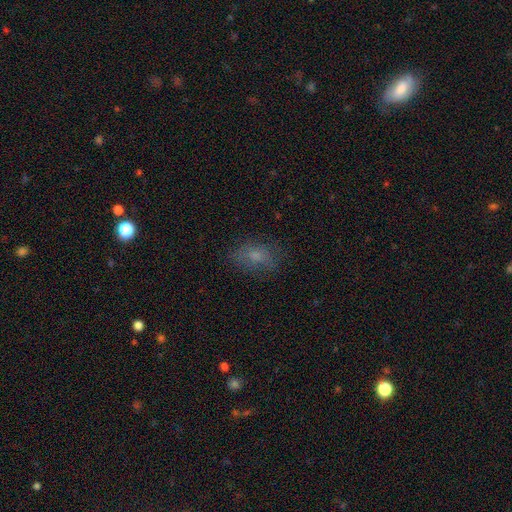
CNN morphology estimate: type=smooth (69%); roundness=in between (77%); merging=none (69%).